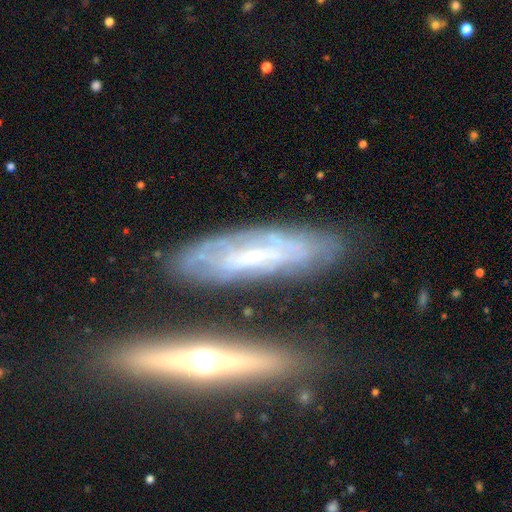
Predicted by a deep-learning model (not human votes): smooth-or-featured: featured or disk: 76% | smooth: 17% | star or artifact: 7%
  disk-edge-on: no: 54% | yes: 46%
  merging: none: 71% | minor disturbance: 18% | major disturbance: 6% | merger: 5%